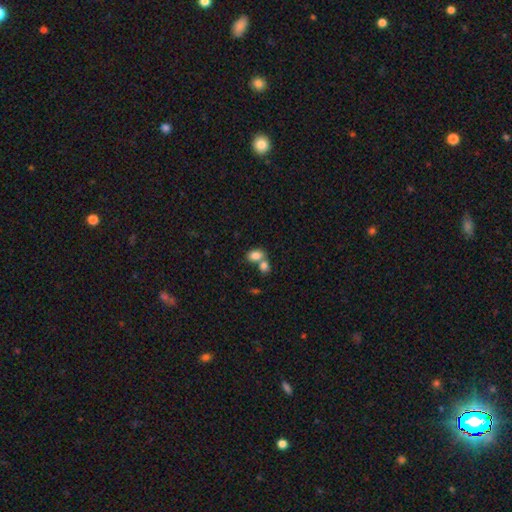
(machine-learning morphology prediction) This is clearly a smooth galaxy (82%). How rounded: likely in between (72%). Merging: possibly merger (52%).